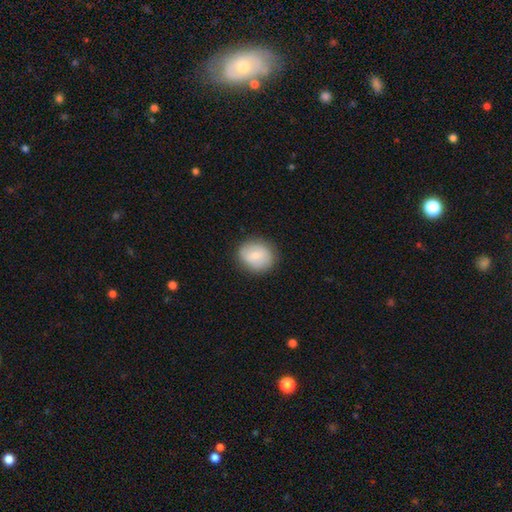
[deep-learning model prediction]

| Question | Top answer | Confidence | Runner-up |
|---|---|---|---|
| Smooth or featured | smooth | 75% | featured or disk (19%) |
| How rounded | round | 66% | in between (33%) |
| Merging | none | 84% | minor disturbance (12%) |